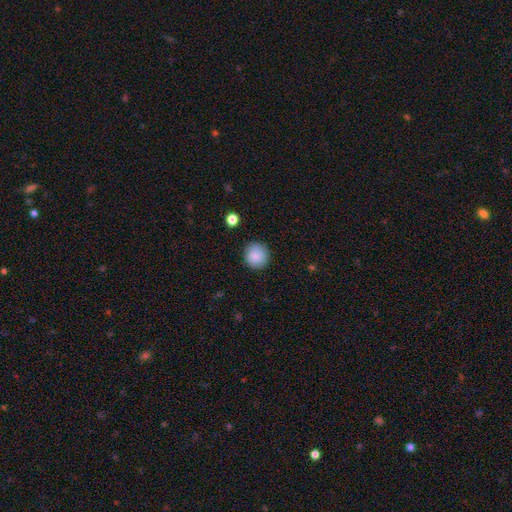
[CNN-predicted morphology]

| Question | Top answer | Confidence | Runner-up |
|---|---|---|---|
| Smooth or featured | smooth | 86% | star or artifact (8%) |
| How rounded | round | 92% | in between (7%) |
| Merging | none | 88% | minor disturbance (8%) |